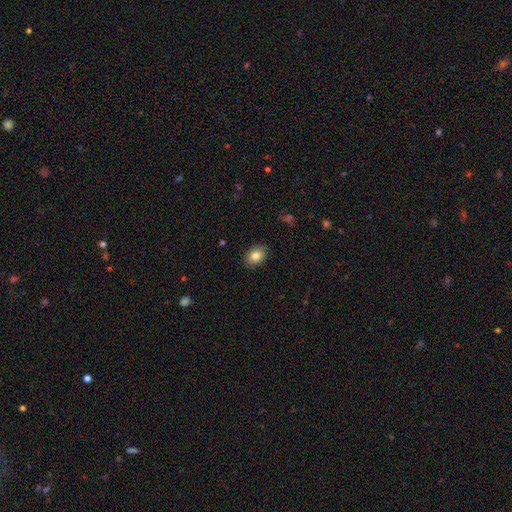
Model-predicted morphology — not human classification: type=smooth (84%); roundness=in between (72%); merging=none (88%).